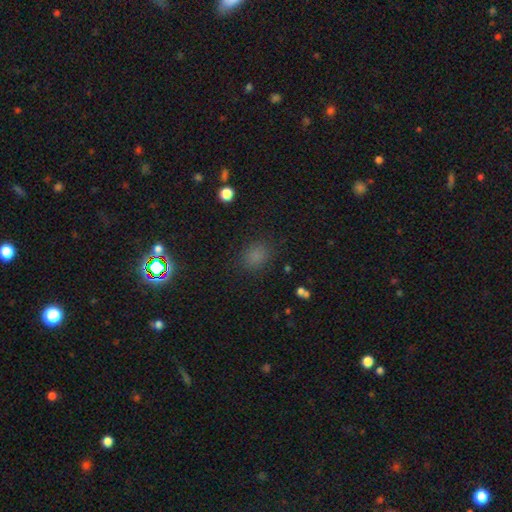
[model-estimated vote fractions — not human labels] Smooth or featured? Predicted: smooth (p=0.75). How rounded? Predicted: round (p=0.60). Merging? Predicted: none (p=0.83).